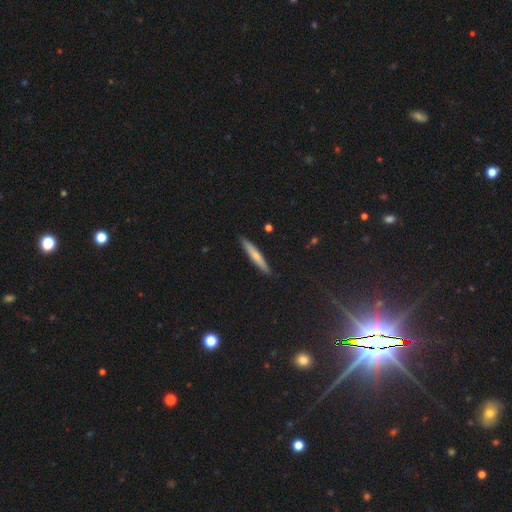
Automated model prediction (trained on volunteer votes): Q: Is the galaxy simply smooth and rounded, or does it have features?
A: smooth — 61%.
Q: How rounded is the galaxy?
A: cigar-shaped — 94%.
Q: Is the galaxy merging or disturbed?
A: none — 90%.